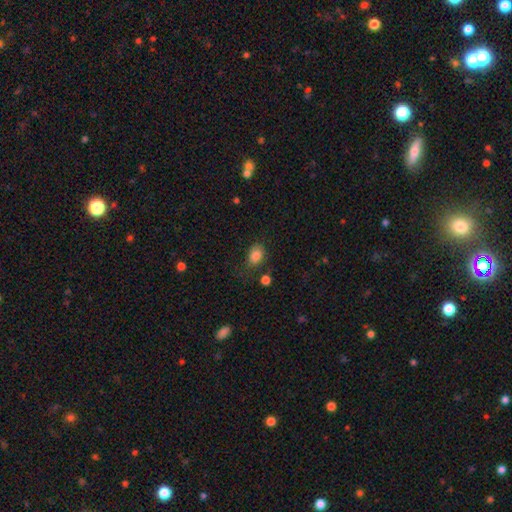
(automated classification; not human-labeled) The model was most divided on "how rounded": in between: 70%, round: 29%, cigar-shaped: 1%. More confident: smooth or featured — smooth (84%); merging — none (69%).